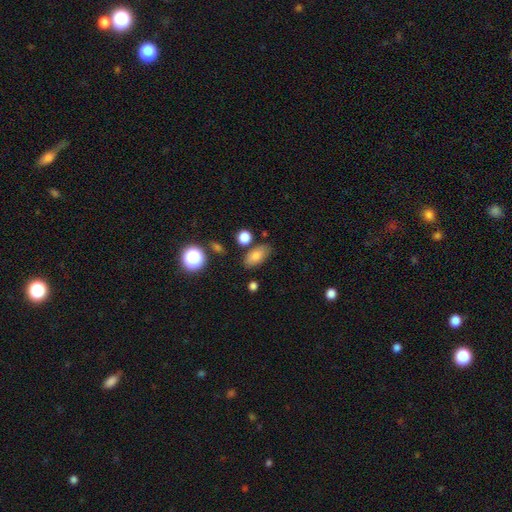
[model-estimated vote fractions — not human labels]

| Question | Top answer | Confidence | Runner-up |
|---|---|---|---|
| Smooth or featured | smooth | 78% | featured or disk (11%) |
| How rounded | in between | 87% | round (8%) |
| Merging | none | 77% | minor disturbance (14%) |